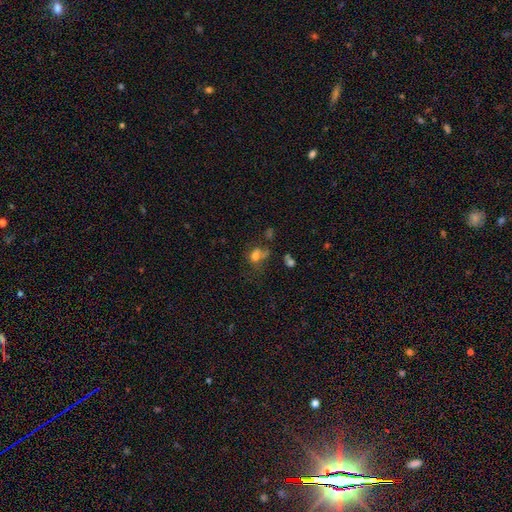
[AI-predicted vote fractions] A smooth galaxy with no disk features (68%) that is in between round and cigar-shaped (51%). Merging: none (35%).